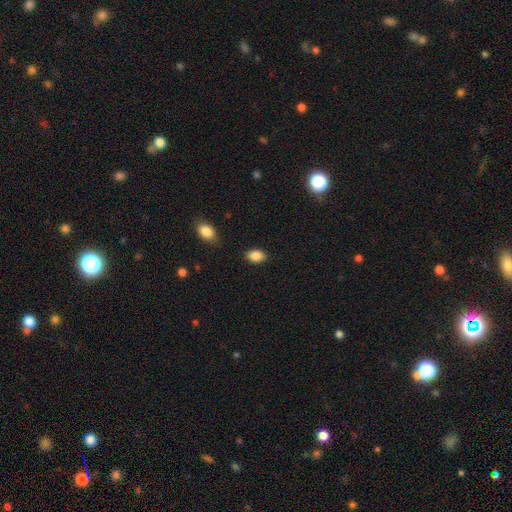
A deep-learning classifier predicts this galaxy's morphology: Smooth or featured? Predicted: smooth (p=0.88). How rounded? Predicted: in between (p=0.86). Merging? Predicted: none (p=0.86).